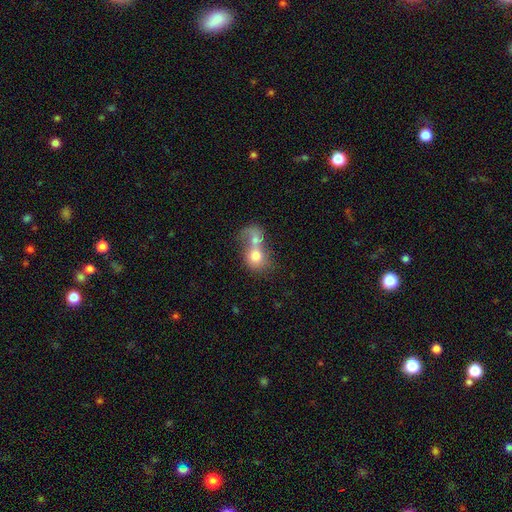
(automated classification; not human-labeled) This is likely a smooth galaxy (69%). How rounded: possibly round (57%). Merging: clearly merger (80%).